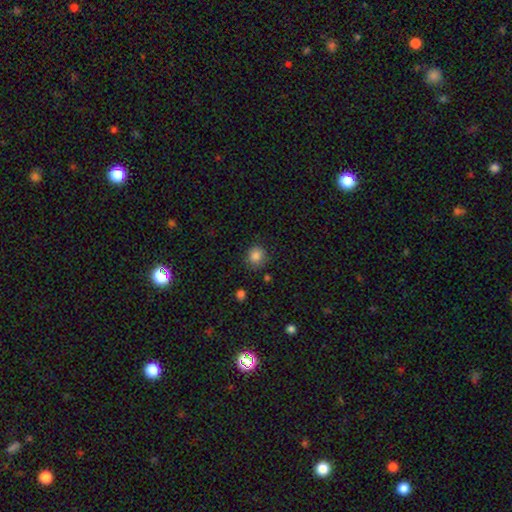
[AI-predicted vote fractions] Overall: smooth (85%). How rounded: round (87%). Merging: none (84%).